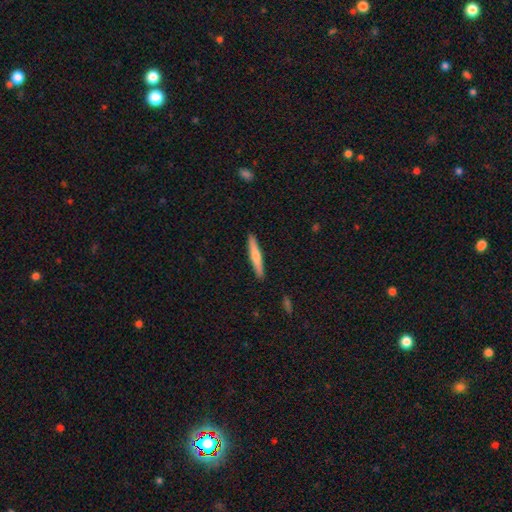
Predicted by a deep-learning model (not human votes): smooth-or-featured: smooth: 55% | featured or disk: 39% | star or artifact: 6%
  how-rounded: cigar-shaped: 93% | in between: 5% | round: 1%
  merging: none: 91% | minor disturbance: 6% | major disturbance: 1% | merger: 1%